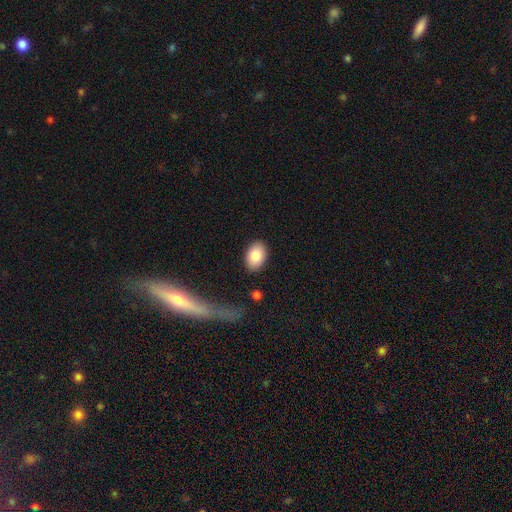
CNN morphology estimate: Smooth or featured?
  - smooth: 84% *
  - featured or disk: 9%
  - star or artifact: 7%
How rounded?
  - in between: 85% *
  - round: 14%
  - cigar-shaped: 1%
Merging?
  - none: 87% *
  - minor disturbance: 9%
  - major disturbance: 2%
  - merger: 2%